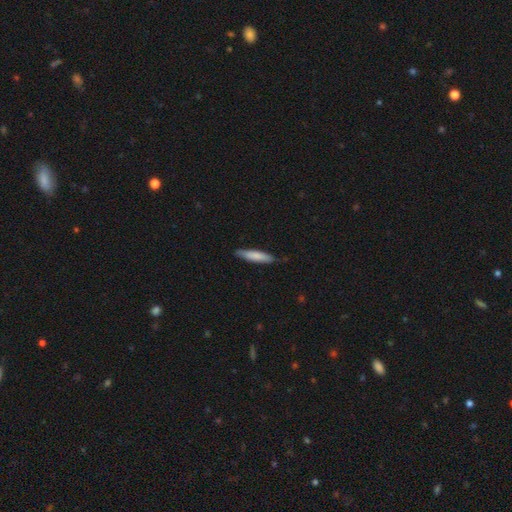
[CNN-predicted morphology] A smooth galaxy with no disk features (78%) that is cigar-shaped (84%). Merging: none (82%).